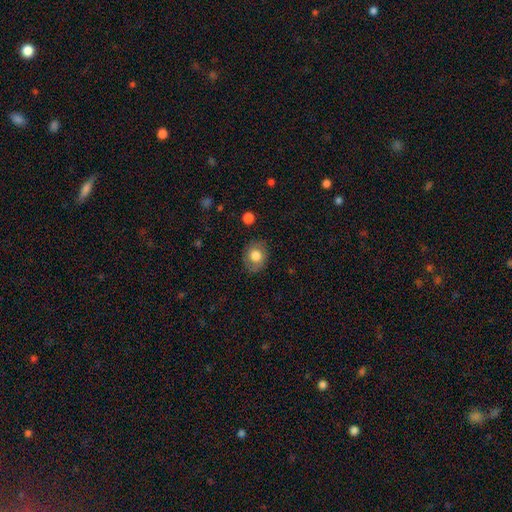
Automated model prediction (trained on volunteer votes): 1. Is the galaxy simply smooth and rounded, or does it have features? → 76% smooth, 16% featured or disk, 8% star or artifact.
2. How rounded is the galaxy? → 54% round, 46% in between, 1% cigar-shaped.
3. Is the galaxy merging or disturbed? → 83% none, 13% minor disturbance, 3% major disturbance, 1% merger.